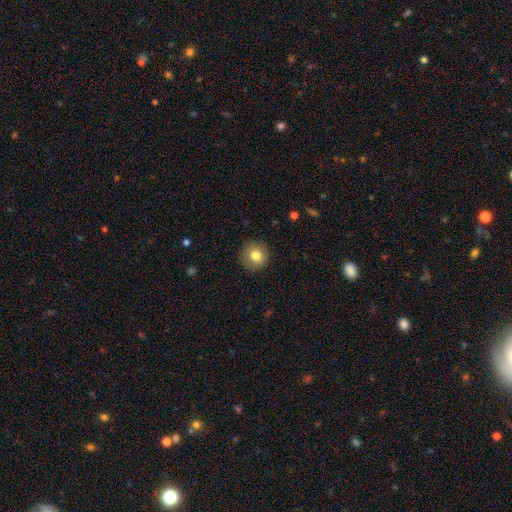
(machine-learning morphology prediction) The model was most divided on "smooth or featured": smooth: 79%, featured or disk: 12%, star or artifact: 9%. More confident: how rounded — round (93%); merging — none (90%).